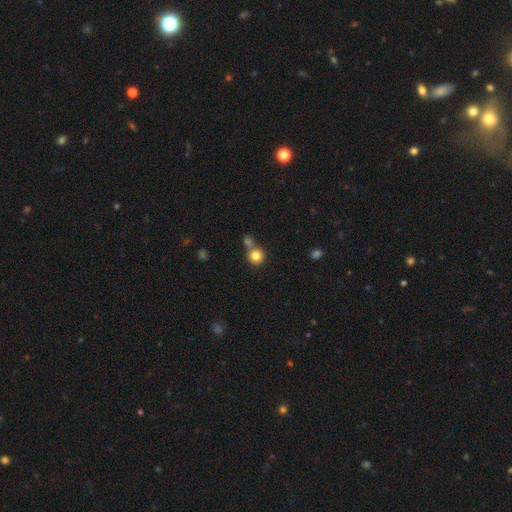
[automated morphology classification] smooth-or-featured: smooth: 82% | star or artifact: 11% | featured or disk: 7%
  how-rounded: round: 92% | in between: 7% | cigar-shaped: 1%
  merging: none: 58% | merger: 29% | minor disturbance: 9% | major disturbance: 3%